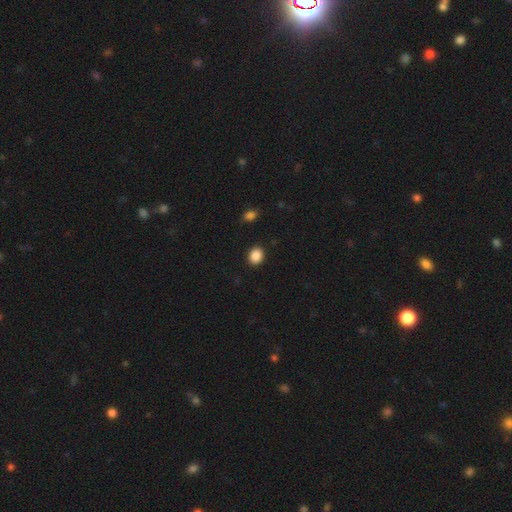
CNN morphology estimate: Smooth or featured? Predicted: smooth (p=0.88). How rounded? Predicted: round (p=0.61). Merging? Predicted: none (p=0.91).